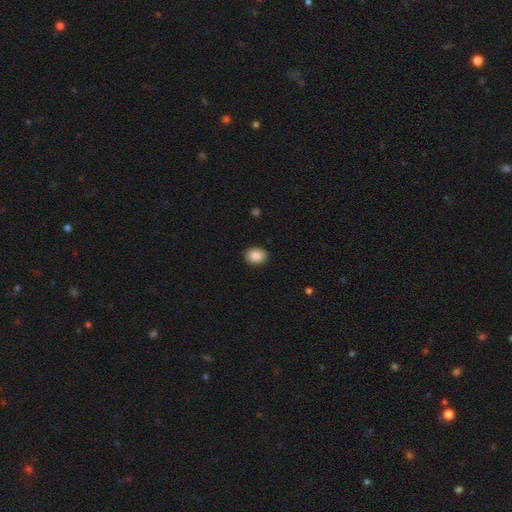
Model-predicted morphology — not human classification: Q: Smooth or featured?
A: smooth (87%); runner-up: star or artifact (8%)
Q: How rounded?
A: in between (61%); runner-up: round (38%)
Q: Merging?
A: none (90%); runner-up: minor disturbance (7%)